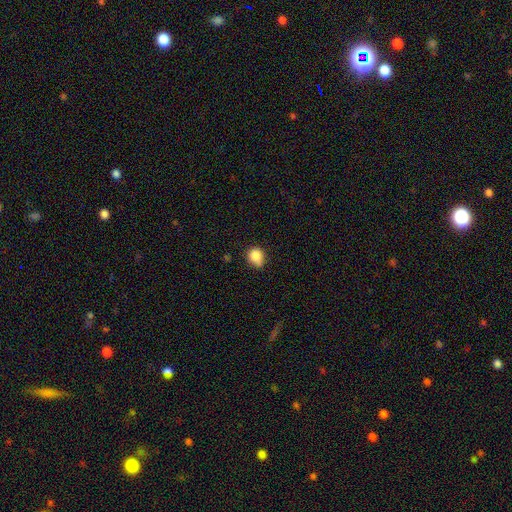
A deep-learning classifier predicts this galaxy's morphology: Q: Smooth or featured?
A: smooth (84%); runner-up: star or artifact (10%)
Q: How rounded?
A: round (70%); runner-up: in between (29%)
Q: Merging?
A: none (54%); runner-up: minor disturbance (36%)